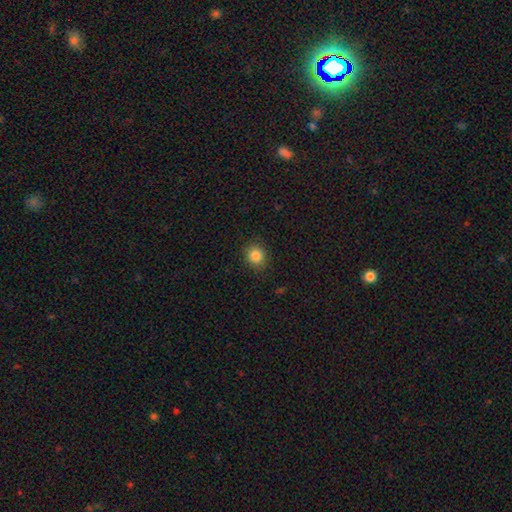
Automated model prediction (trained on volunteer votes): smooth_or_featured: smooth (p=0.85) [alt: star or artifact p=0.10]
how_rounded: round (p=0.79) [alt: in between p=0.20]
merging: none (p=0.89) [alt: minor disturbance p=0.08]